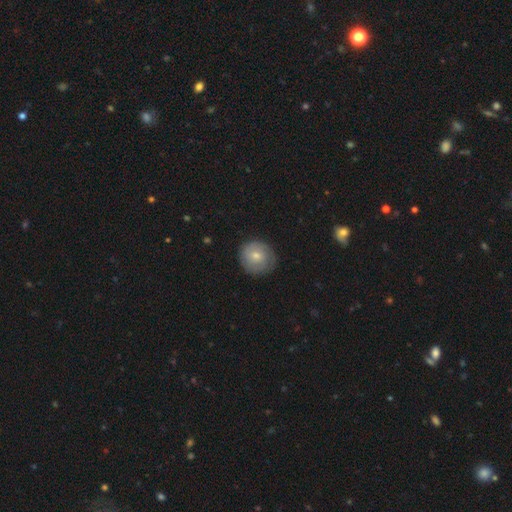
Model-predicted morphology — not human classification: smooth-or-featured: smooth: 66% | featured or disk: 27% | star or artifact: 7%
  how-rounded: round: 88% | in between: 11% | cigar-shaped: 1%
  merging: none: 80% | minor disturbance: 15% | major disturbance: 4% | merger: 1%